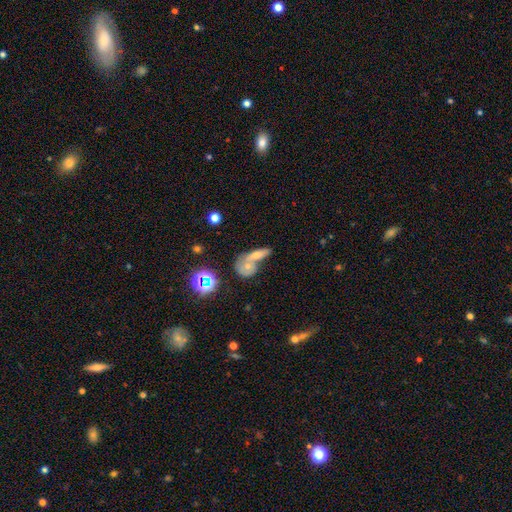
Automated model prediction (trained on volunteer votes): smooth_or_featured: smooth (p=0.46) [alt: featured or disk p=0.34]
merging: merger (p=0.52) [alt: none p=0.33]